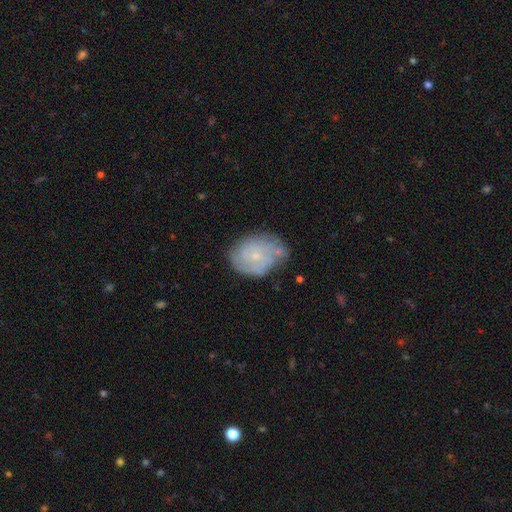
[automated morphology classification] A featured or disk galaxy (59%) with no bar (79%), spiral arms (75%) and a small central bulge (77%).

Vote fractions:
- Smooth or featured? featured or disk: 59% / smooth: 34% / star or artifact: 7%
- Edge-on disk? no: 97% / yes: 3%
- Bar? no: 79% / weak: 19% / strong: 3%
- Spiral arms? yes: 75% / no: 25%
- Bulge size? small: 77% / moderate: 17% / none: 5% / large: 1% / dominant: 1%
- Merging? none: 54% / minor disturbance: 29% / major disturbance: 10% / merger: 7%